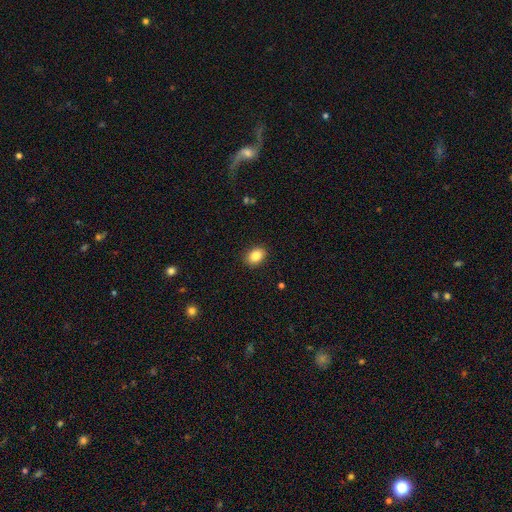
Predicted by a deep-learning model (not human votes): This appears to be a smooth galaxy with no disk features (87%) that is in between round and cigar-shaped (76%). Merging: none (90%).